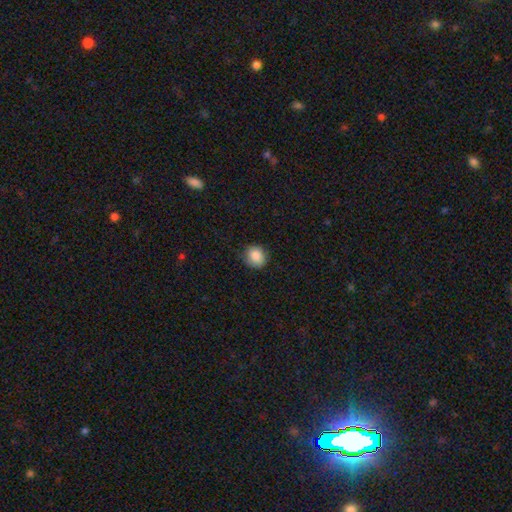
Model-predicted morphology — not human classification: Smooth or featured: smooth — 87% (star or artifact — 9%)
How rounded: round — 82% (in between — 17%)
Merging: none — 82% (minor disturbance — 14%)